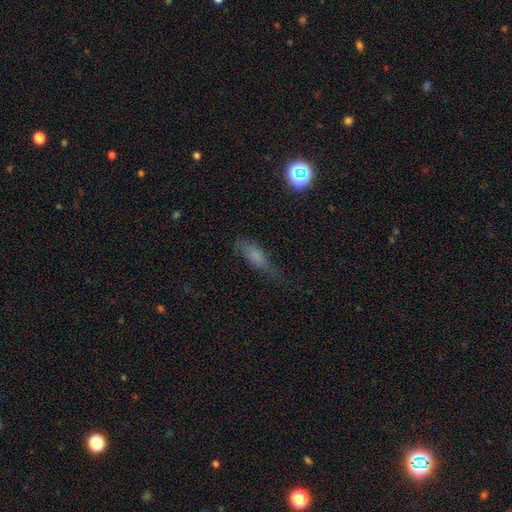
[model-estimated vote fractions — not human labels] This appears to be a smooth galaxy with no disk features (65%) that is in between round and cigar-shaped (60%). Merging: none (46%).